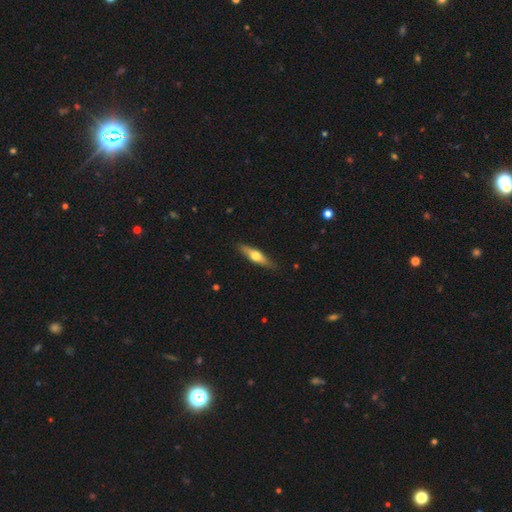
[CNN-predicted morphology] This appears to be a featured or disk galaxy (53%) viewed edge-on (92%). Merging: none (87%).